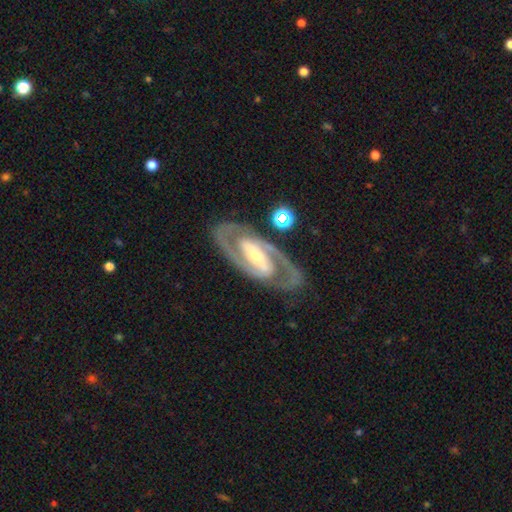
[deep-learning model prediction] Smooth or featured: featured or disk — 90% (smooth — 6%)
Edge-on disk: no — 95% (yes — 5%)
Bar: strong — 58% (weak — 26%)
Spiral arms: yes — 96% (no — 4%)
Spiral winding: medium — 48% (tight — 43%)
Spiral arm count: 2 — 91% (can't tell — 3%)
Bulge size: small — 48% (moderate — 44%)
Merging: none — 80% (minor disturbance — 12%)